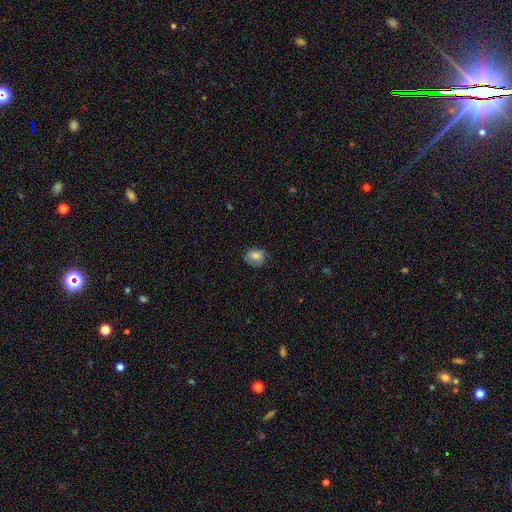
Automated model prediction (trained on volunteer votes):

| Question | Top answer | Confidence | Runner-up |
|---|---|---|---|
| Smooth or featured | smooth | 74% | featured or disk (18%) |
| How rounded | in between | 52% | round (47%) |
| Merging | none | 69% | minor disturbance (24%) |